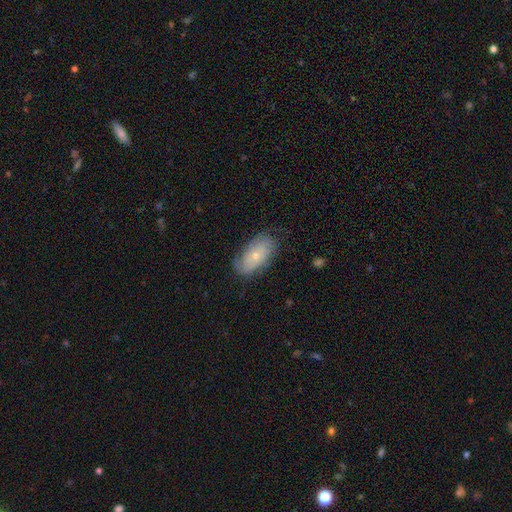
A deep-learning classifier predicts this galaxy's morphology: smooth-or-featured: smooth: 54% | featured or disk: 39% | star or artifact: 7%
  how-rounded: in between: 92% | round: 4% | cigar-shaped: 4%
  merging: none: 71% | minor disturbance: 22% | major disturbance: 6% | merger: 1%